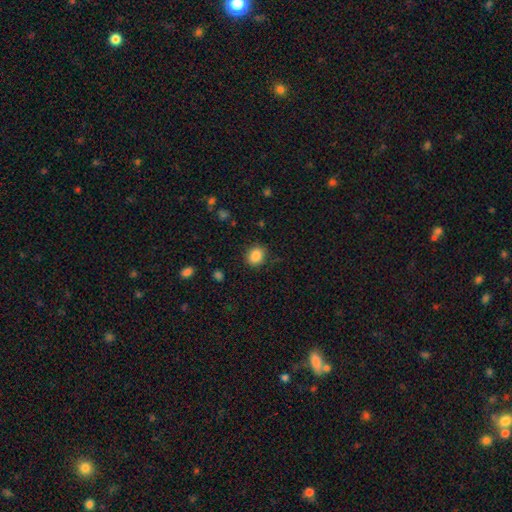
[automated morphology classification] smooth_or_featured: smooth (p=0.87) [alt: star or artifact p=0.09]
how_rounded: round (p=0.63) [alt: in between p=0.36]
merging: none (p=0.87) [alt: minor disturbance p=0.09]